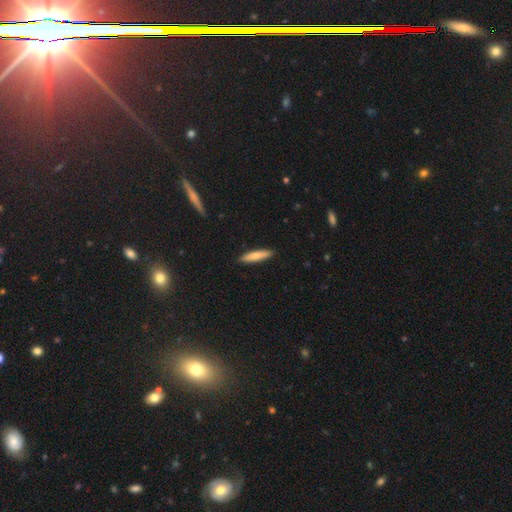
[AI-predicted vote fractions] A smooth galaxy with no disk features (77%) that is cigar-shaped (84%).

Vote fractions:
- Smooth or featured? smooth: 77% / featured or disk: 17% / star or artifact: 5%
- How rounded? cigar-shaped: 84% / in between: 15% / round: 1%
- Merging? none: 91% / minor disturbance: 7% / major disturbance: 1% / merger: 1%